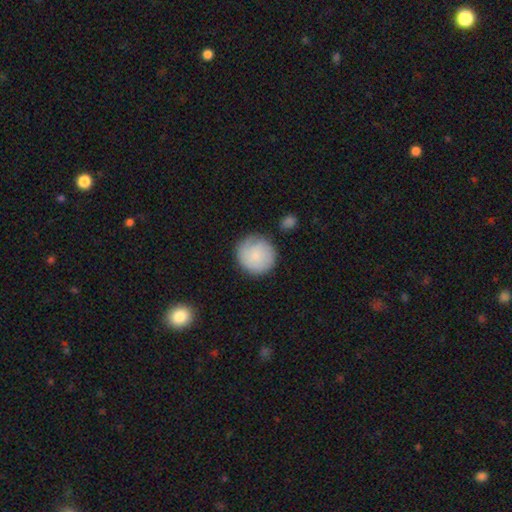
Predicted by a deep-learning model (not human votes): A smooth galaxy with no disk features (74%) that is round (93%). Merging: none (75%).